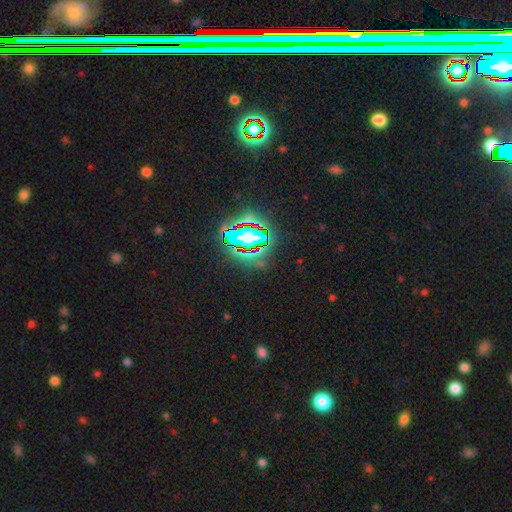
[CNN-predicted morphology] Q: Smooth or featured?
A: star or artifact (79%); runner-up: smooth (12%)